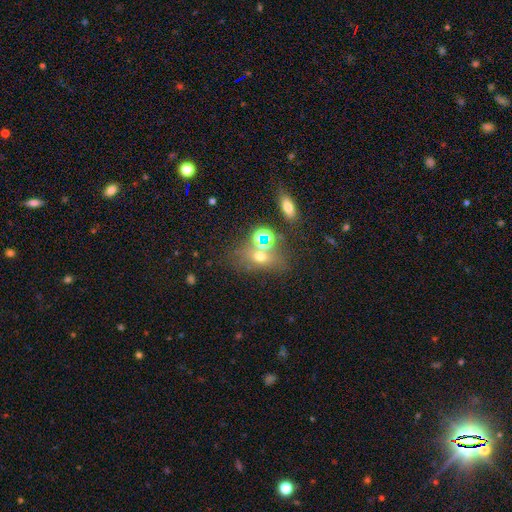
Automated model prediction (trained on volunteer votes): smooth-or-featured: smooth: 49% | star or artifact: 31% | featured or disk: 20%
  merging: merger: 43% | none: 39% | minor disturbance: 9% | major disturbance: 8%